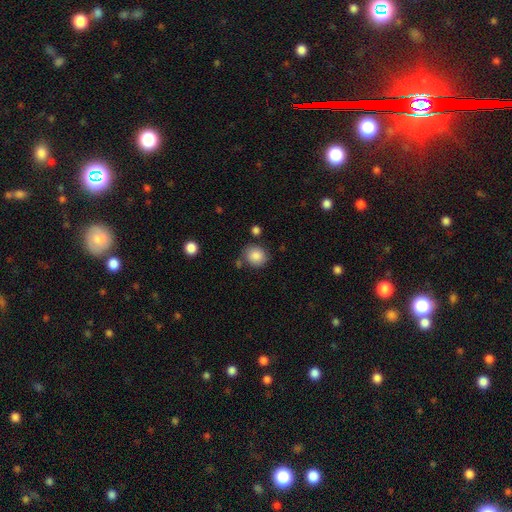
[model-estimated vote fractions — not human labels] This appears to be a smooth galaxy with no disk features (86%) that is round (83%). Merging: none (77%).